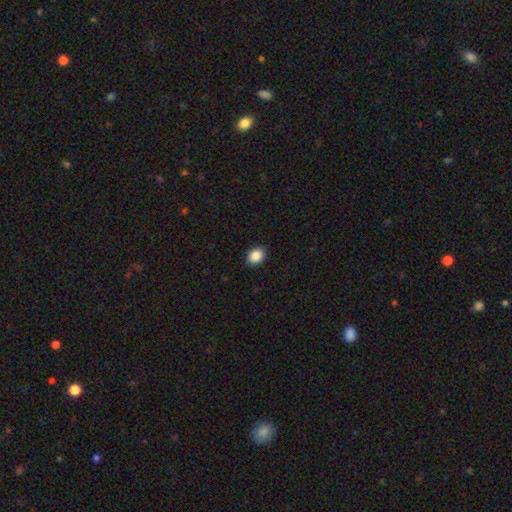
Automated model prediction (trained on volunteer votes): A smooth galaxy with no disk features (89%) that is in between round and cigar-shaped (63%). Merging: none (89%).